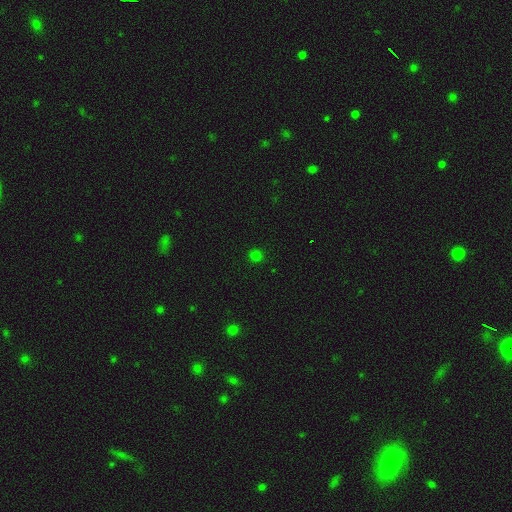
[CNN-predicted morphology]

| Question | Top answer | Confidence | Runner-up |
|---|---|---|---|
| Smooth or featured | smooth | 76% | star or artifact (20%) |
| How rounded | round | 93% | in between (6%) |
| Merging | none | 92% | minor disturbance (5%) |